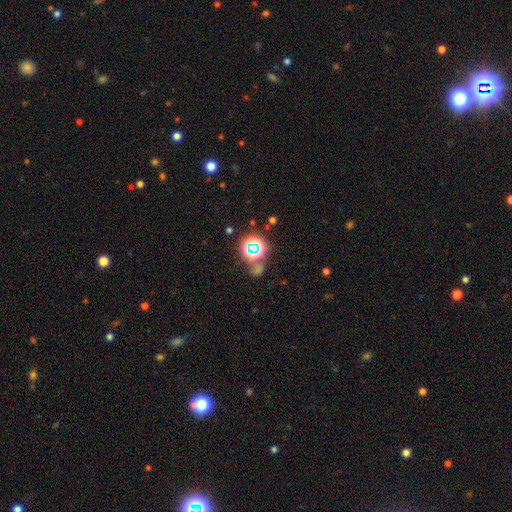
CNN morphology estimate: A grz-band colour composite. It shows a star or artifact, not a galaxy (52%).